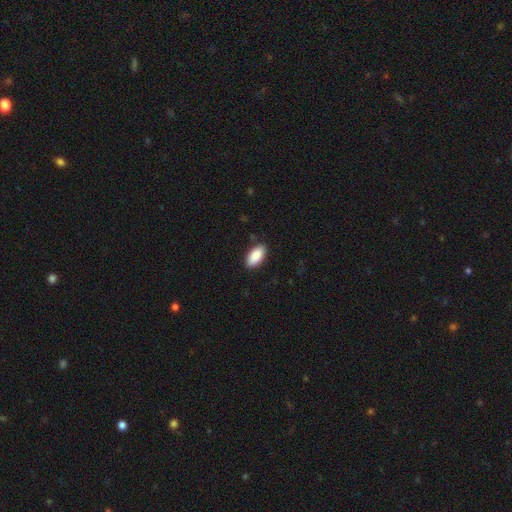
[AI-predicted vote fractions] Morphology: type=smooth (89%); roundness=in between (93%); merging=none (88%).